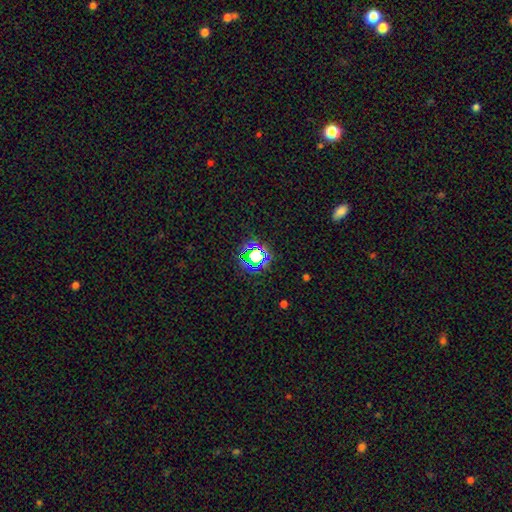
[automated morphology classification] Overall: star or artifact (65%).